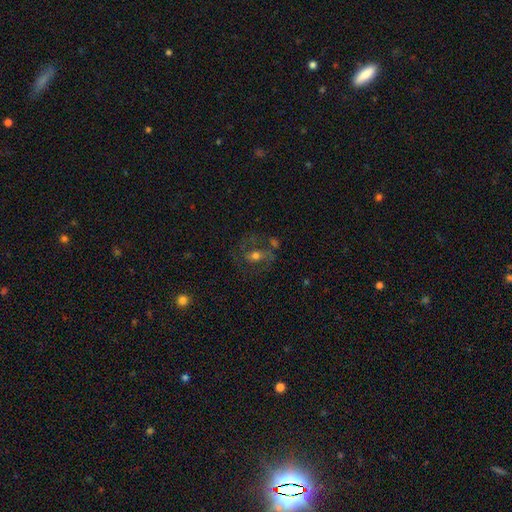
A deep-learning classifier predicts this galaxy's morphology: A featured or disk galaxy (53%) with no bar (48%), spiral arms (61%) and a moderate central bulge (67%).

Vote fractions:
- Smooth or featured? featured or disk: 53% / smooth: 32% / star or artifact: 14%
- Edge-on disk? no: 94% / yes: 6%
- Bar? no: 48% / weak: 34% / strong: 18%
- Spiral arms? yes: 61% / no: 39%
- Bulge size? moderate: 67% / small: 21% / large: 9% / none: 2% / dominant: 2%
- Merging? none: 54% / major disturbance: 18% / minor disturbance: 18% / merger: 10%